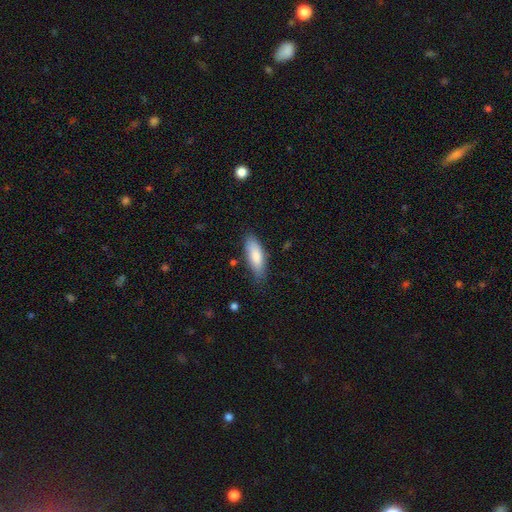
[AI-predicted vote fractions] Morphology: type=smooth (82%); roundness=in between (65%); merging=none (78%).